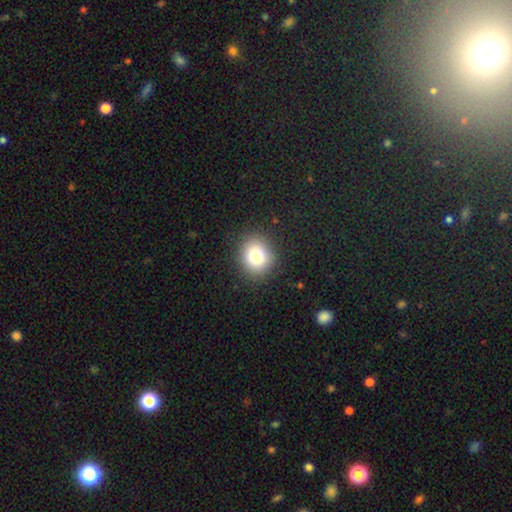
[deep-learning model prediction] This is likely a smooth galaxy (80%). How rounded: likely round (76%). Merging: clearly none (87%).